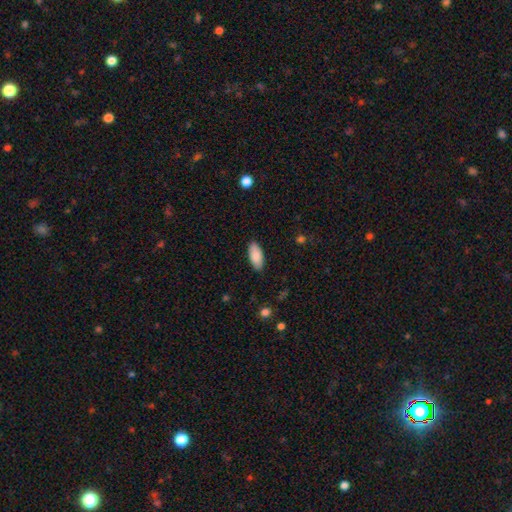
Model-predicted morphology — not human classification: Smooth or featured? Predicted: smooth (p=0.89). How rounded? Predicted: in between (p=0.89). Merging? Predicted: none (p=0.88).